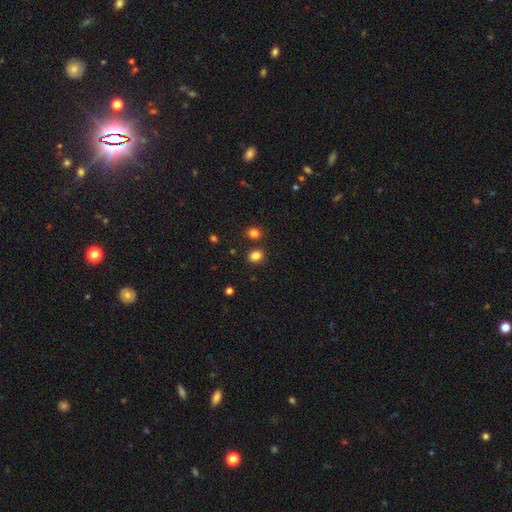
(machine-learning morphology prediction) Smooth or featured: smooth — 84% (star or artifact — 12%)
How rounded: round — 59% (in between — 40%)
Merging: none — 81% (minor disturbance — 9%)